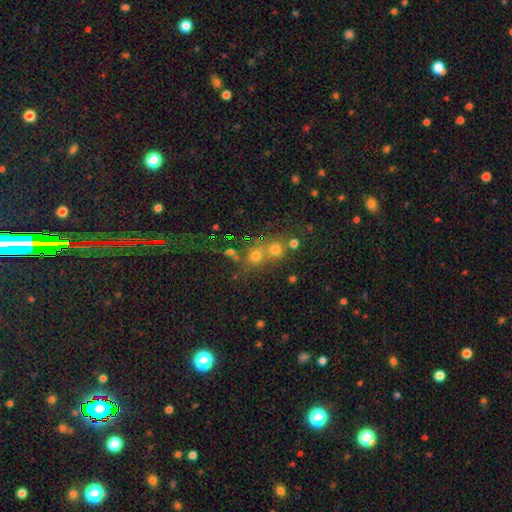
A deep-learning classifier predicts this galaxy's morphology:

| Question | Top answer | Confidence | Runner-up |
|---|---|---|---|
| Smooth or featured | smooth | 63% | star or artifact (25%) |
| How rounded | round | 83% | in between (15%) |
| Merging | none | 52% | merger (36%) |